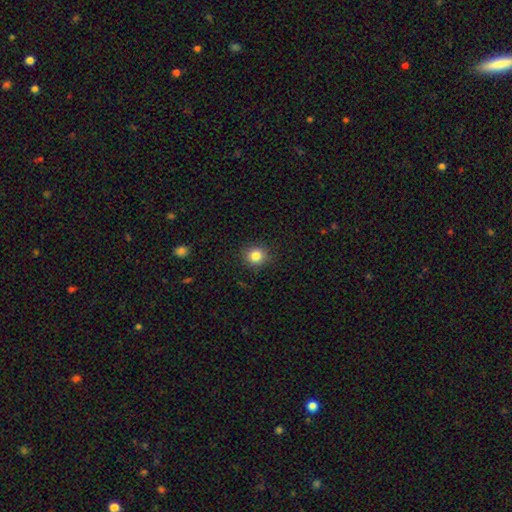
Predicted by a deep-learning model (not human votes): Smooth or featured? smooth (84%)
How rounded? round (88%)
Merging? none (89%)